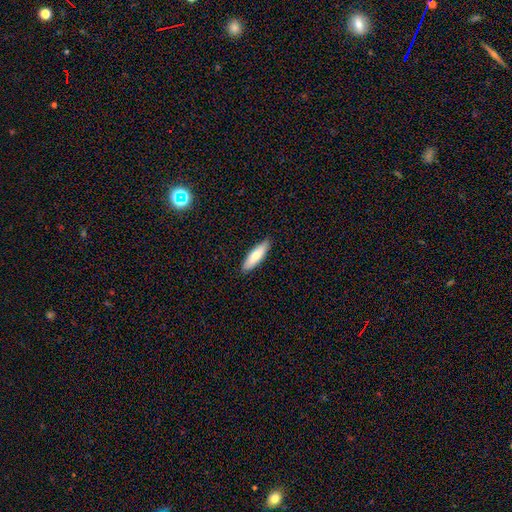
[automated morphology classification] Q: Smooth or featured?
A: smooth (72%); runner-up: featured or disk (22%)
Q: How rounded?
A: cigar-shaped (62%); runner-up: in between (36%)
Q: Merging?
A: none (90%); runner-up: minor disturbance (8%)